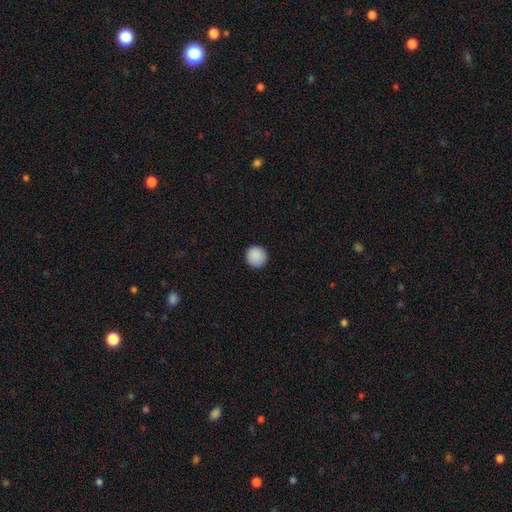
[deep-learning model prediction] A smooth galaxy with no disk features (90%) that is round (96%).

Vote fractions:
- Smooth or featured? smooth: 90% / star or artifact: 8% / featured or disk: 2%
- How rounded? round: 96% / in between: 3% / cigar-shaped: 1%
- Merging? none: 93% / minor disturbance: 5% / major disturbance: 2% / merger: 1%